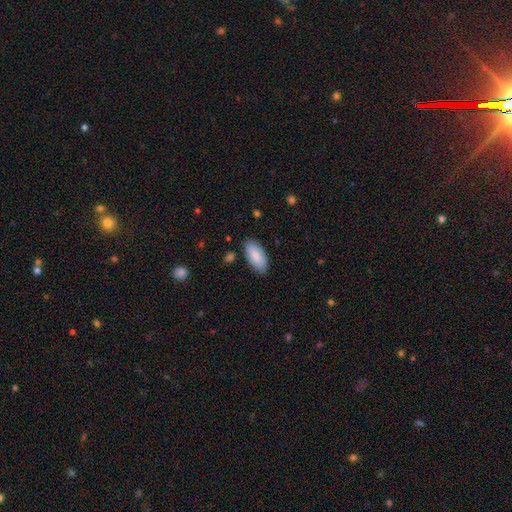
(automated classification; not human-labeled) smooth 86%, featured or disk 8%, star or artifact 6%. Down the decision tree: how rounded — in between (90%); merging — none (83%).